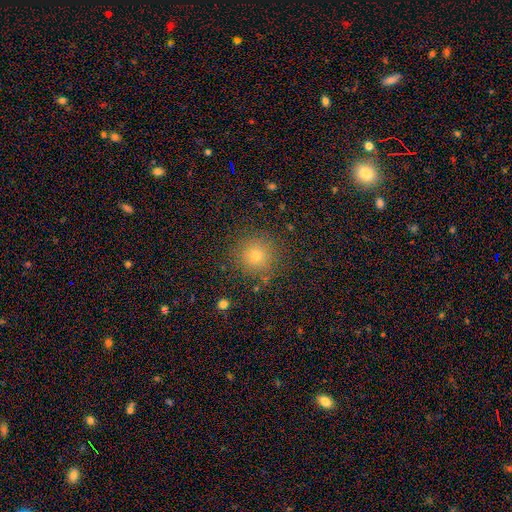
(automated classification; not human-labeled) Morphology: type=smooth (71%); roundness=round (94%); merging=none (88%).